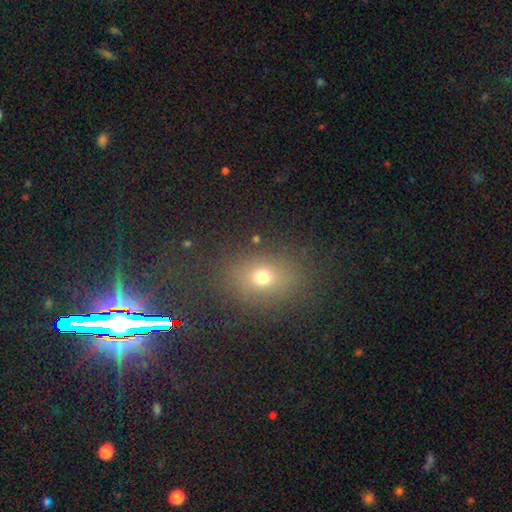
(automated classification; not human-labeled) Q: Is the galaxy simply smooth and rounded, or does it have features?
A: smooth — 44%.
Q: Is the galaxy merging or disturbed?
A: none — 87%.